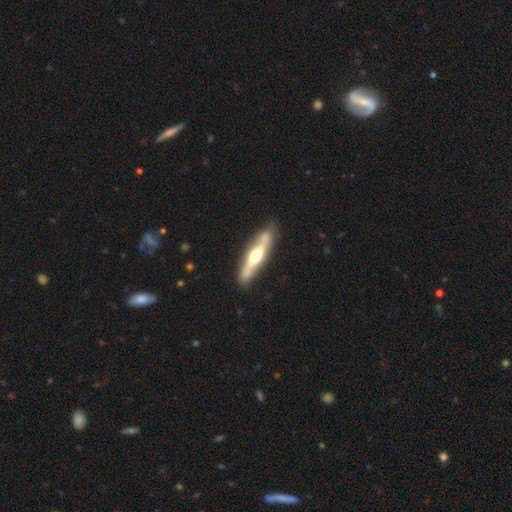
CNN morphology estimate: Q: Smooth or featured?
A: featured or disk (63%); runner-up: smooth (33%)
Q: Edge-on disk?
A: yes (83%); runner-up: no (17%)
Q: Edge-on bulge?
A: rounded (87%); runner-up: none (7%)
Q: Merging?
A: none (83%); runner-up: minor disturbance (12%)